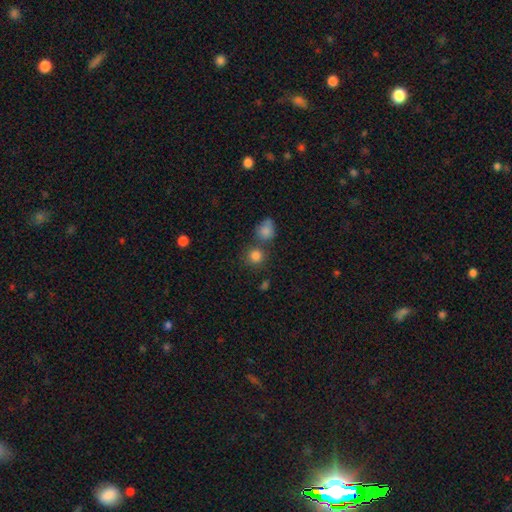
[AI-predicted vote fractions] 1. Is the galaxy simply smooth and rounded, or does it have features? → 82% smooth, 12% star or artifact, 6% featured or disk.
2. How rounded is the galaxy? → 88% round, 11% in between, 1% cigar-shaped.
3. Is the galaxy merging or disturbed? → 65% none, 22% merger, 9% minor disturbance, 4% major disturbance.